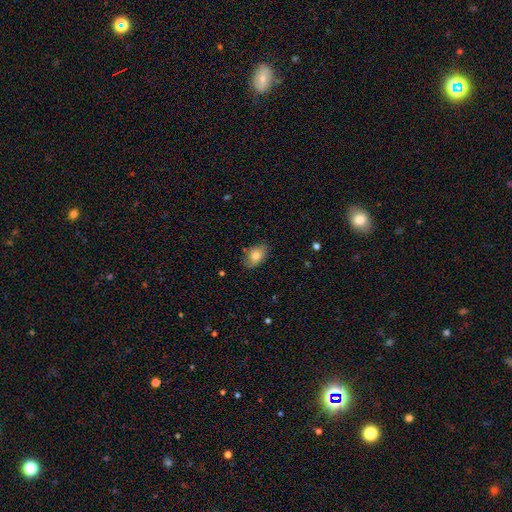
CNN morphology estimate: Smooth or featured: smooth — 80% (featured or disk — 11%)
How rounded: in between — 83% (round — 15%)
Merging: none — 78% (minor disturbance — 17%)